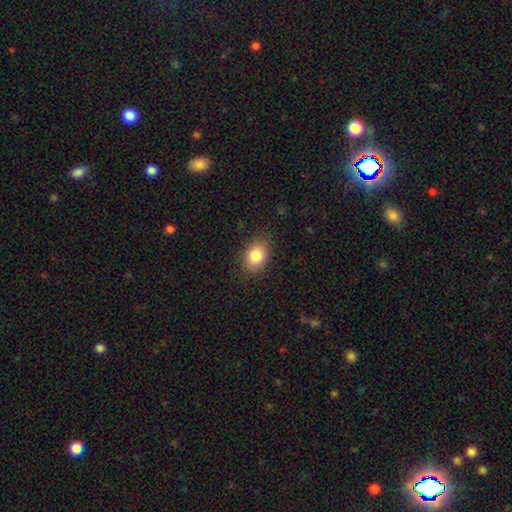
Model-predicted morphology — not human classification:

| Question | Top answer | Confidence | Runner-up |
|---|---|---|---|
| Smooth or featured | smooth | 84% | star or artifact (9%) |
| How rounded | in between | 71% | round (27%) |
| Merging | none | 82% | minor disturbance (13%) |